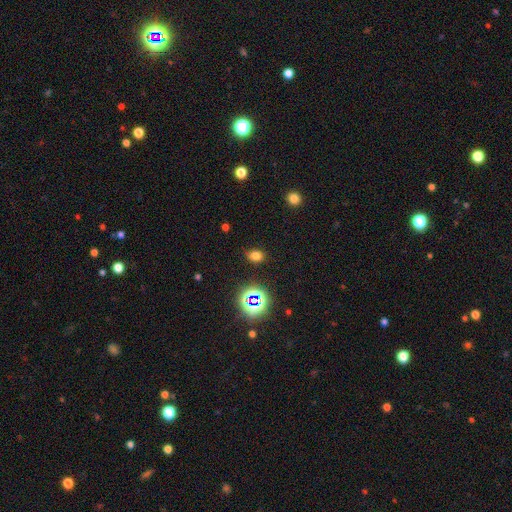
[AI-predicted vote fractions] The model was most divided on "how rounded": in between: 63%, round: 35%, cigar-shaped: 1%. More confident: merging — none (81%); smooth or featured — smooth (68%).